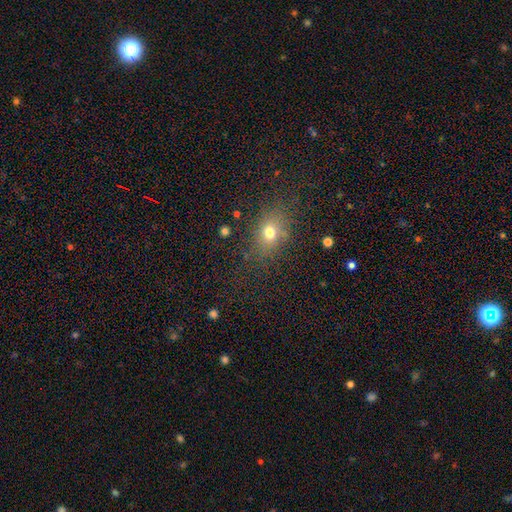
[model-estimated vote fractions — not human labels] A smooth galaxy with no disk features (64%) that is in between round and cigar-shaped (58%). Merging: none (84%).